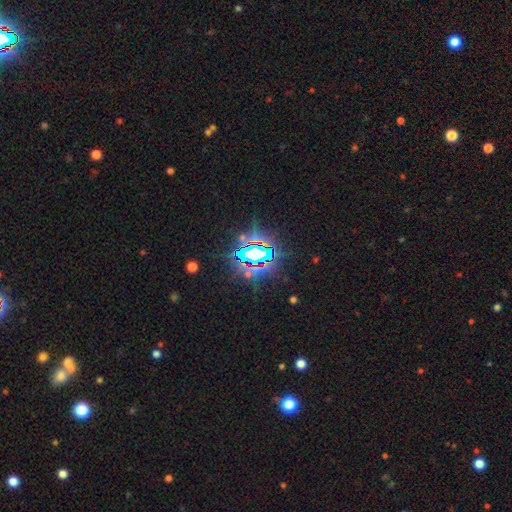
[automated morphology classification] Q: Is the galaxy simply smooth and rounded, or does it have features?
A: star or artifact — 76%.